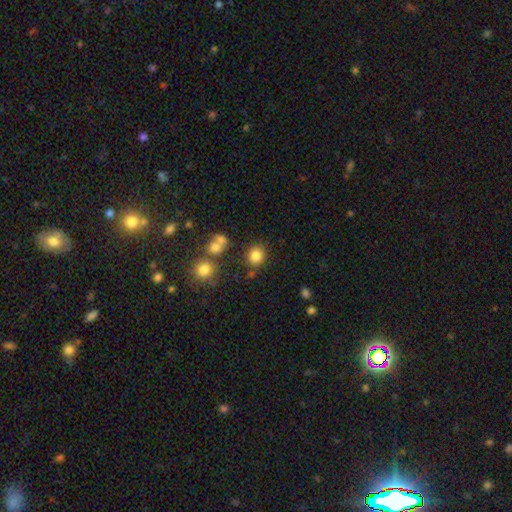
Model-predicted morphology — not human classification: smooth 82%, star or artifact 12%, featured or disk 6%. Down the decision tree: how rounded — round (84%); merging — none (80%).